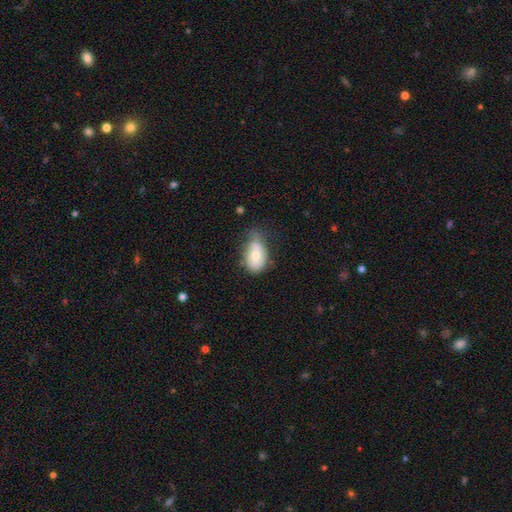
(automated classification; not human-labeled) This is likely a smooth galaxy (68%). How rounded: clearly in between (88%). Merging: marginally minor disturbance (43%).